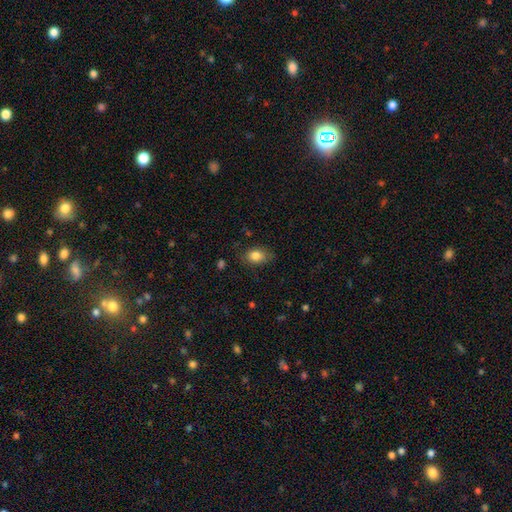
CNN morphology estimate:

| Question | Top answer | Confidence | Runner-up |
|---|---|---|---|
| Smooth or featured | smooth | 83% | featured or disk (9%) |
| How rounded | in between | 79% | round (19%) |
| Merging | none | 76% | minor disturbance (18%) |